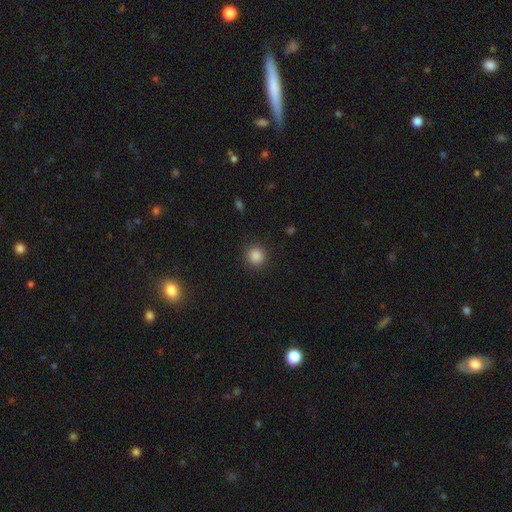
Smooth or featured: smooth — 95% (star or artifact — 5%)
How rounded: round — 89% (in between — 11%)
Merging: none — 89% (major disturbance — 11%)